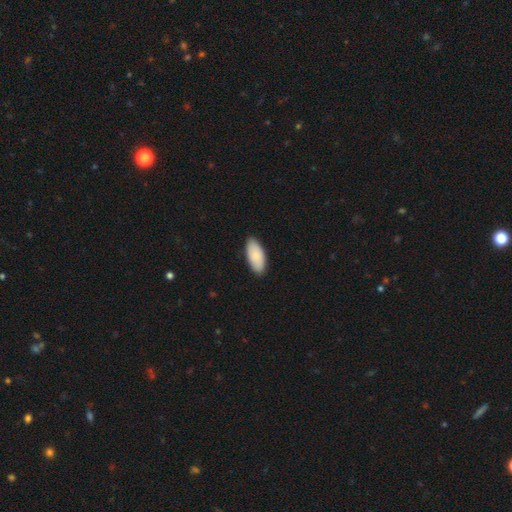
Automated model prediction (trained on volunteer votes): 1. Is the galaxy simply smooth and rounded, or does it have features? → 84% smooth, 11% featured or disk, 5% star or artifact.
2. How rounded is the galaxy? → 91% in between, 7% cigar-shaped, 2% round.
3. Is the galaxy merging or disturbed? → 88% none, 10% minor disturbance, 2% major disturbance, 1% merger.